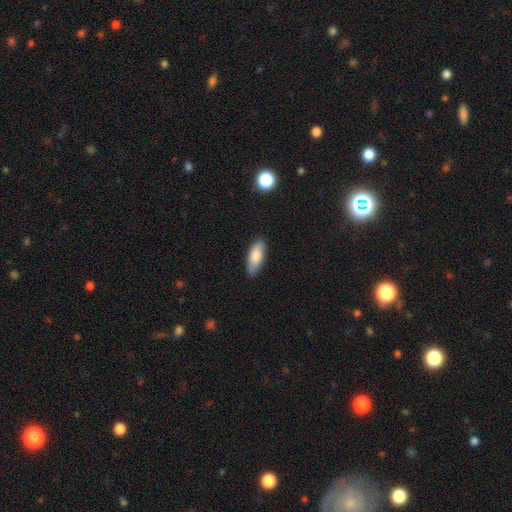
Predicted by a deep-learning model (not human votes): Morphology: type=smooth (83%); roundness=in between (75%); merging=none (84%).